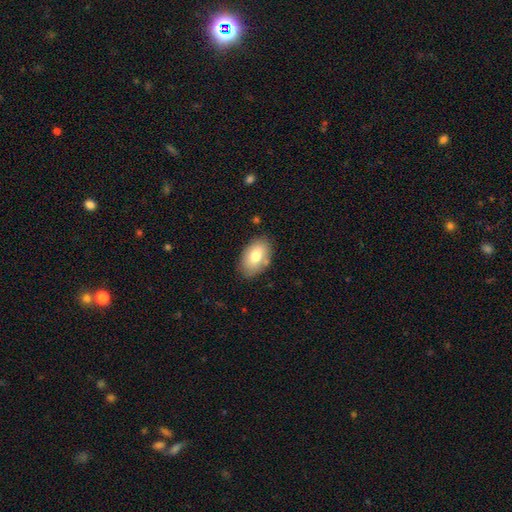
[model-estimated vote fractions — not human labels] Smooth or featured: smooth — 77% (featured or disk — 16%)
How rounded: in between — 92% (round — 6%)
Merging: none — 81% (minor disturbance — 14%)